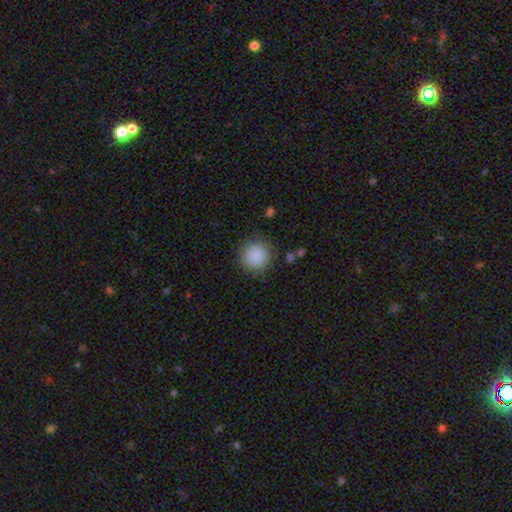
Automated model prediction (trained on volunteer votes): A smooth galaxy with no disk features (88%) that is round (93%). Merging: none (86%).